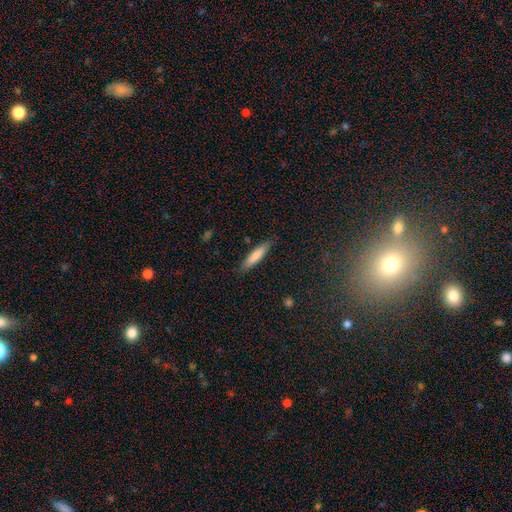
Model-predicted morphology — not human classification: Overall: smooth (78%). How rounded: cigar-shaped (82%). Merging: none (85%).